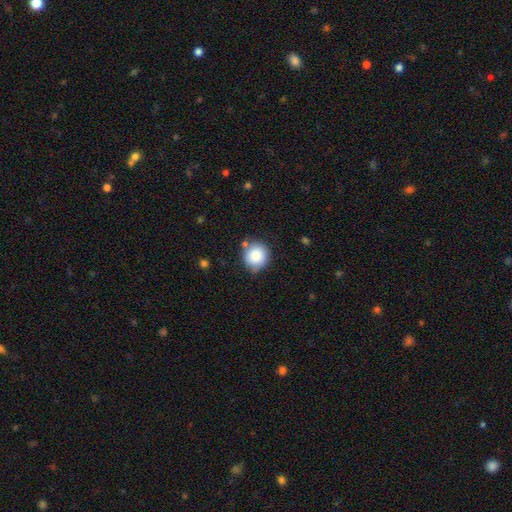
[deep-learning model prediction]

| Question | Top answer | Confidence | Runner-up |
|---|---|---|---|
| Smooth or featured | smooth | 86% | star or artifact (8%) |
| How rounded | round | 88% | in between (11%) |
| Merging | none | 76% | minor disturbance (15%) |